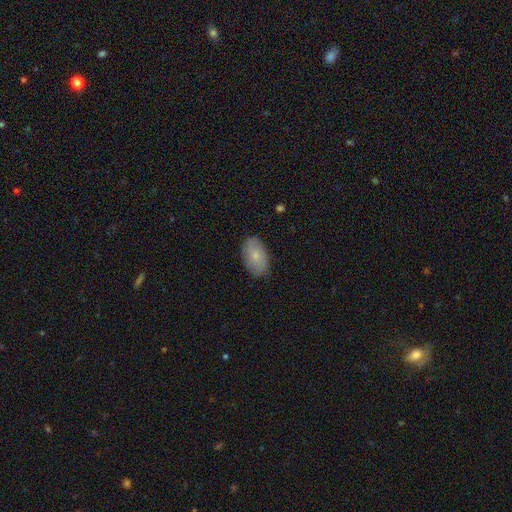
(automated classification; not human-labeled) Smooth or featured? smooth (76%)
How rounded? in between (93%)
Merging? none (83%)